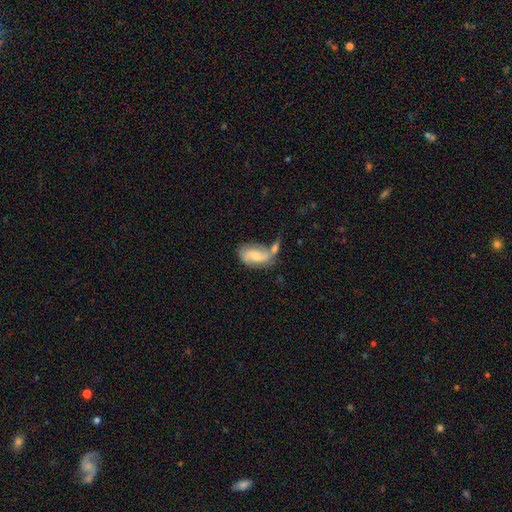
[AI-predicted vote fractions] Smooth or featured: featured or disk — 55% (smooth — 38%)
Edge-on disk: no — 95% (yes — 5%)
Bar: no — 49% (weak — 39%)
Spiral arms: yes — 85% (no — 15%)
Bulge size: small — 48% (moderate — 39%)
Merging: none — 37% (merger — 32%)